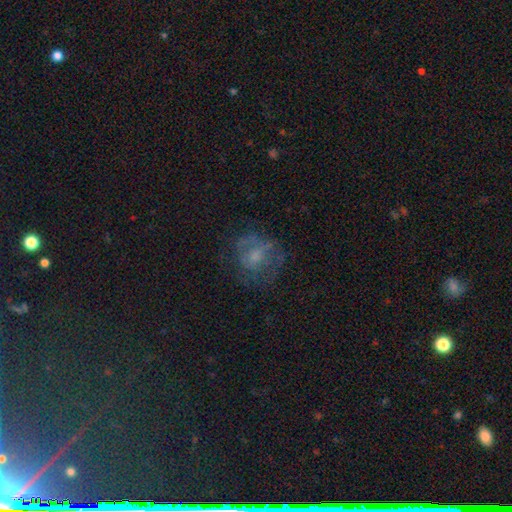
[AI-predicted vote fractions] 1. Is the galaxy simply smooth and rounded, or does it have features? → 44% featured or disk, 41% smooth, 15% star or artifact.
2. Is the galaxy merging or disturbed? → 55% none, 24% major disturbance, 20% minor disturbance, 2% merger.